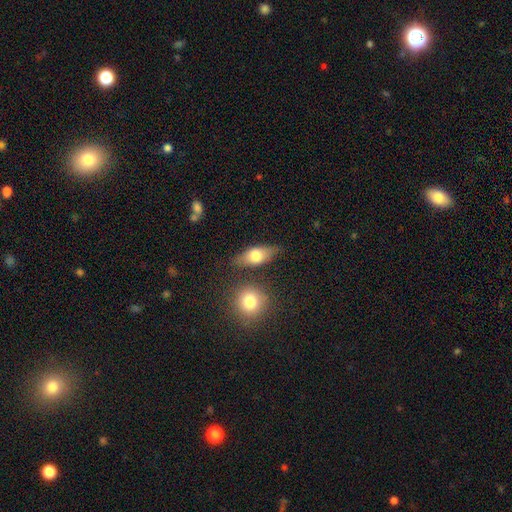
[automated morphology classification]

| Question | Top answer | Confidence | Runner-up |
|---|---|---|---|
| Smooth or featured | smooth | 68% | featured or disk (24%) |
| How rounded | in between | 78% | cigar-shaped (13%) |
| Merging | none | 71% | minor disturbance (16%) |